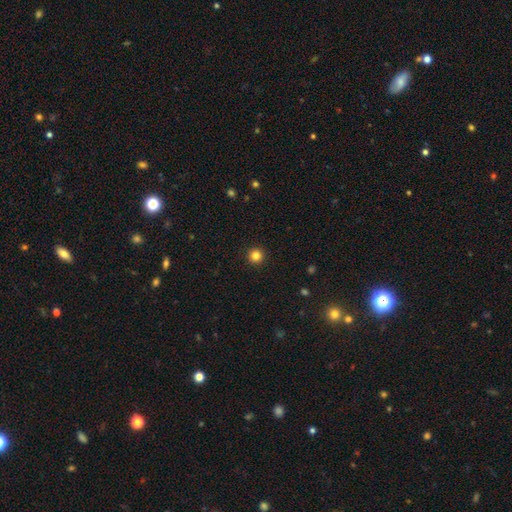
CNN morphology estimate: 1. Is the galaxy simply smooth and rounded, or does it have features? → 83% smooth, 13% star or artifact, 4% featured or disk.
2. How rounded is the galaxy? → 96% round, 3% in between, 1% cigar-shaped.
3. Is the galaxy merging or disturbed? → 94% none, 4% minor disturbance, 1% major disturbance, 1% merger.